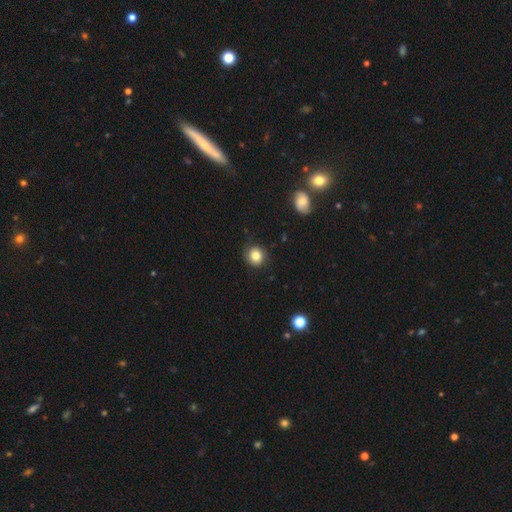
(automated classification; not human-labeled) This appears to be a smooth galaxy with no disk features (82%) that is round (88%). Merging: none (81%).